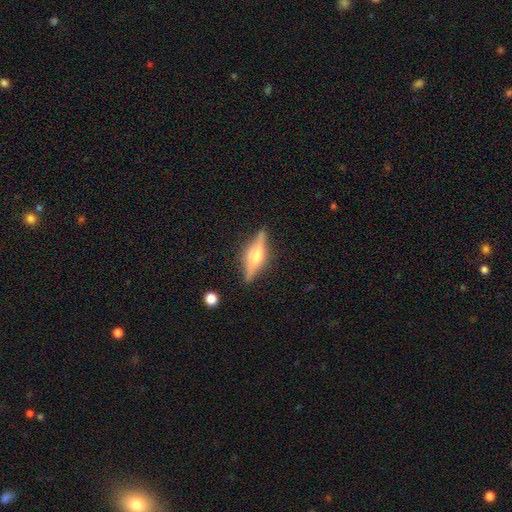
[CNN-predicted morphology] featured or disk 67%, smooth 26%, star or artifact 7%. Down the decision tree: edge-on disk — yes (95%); edge-on bulge — rounded (77%); merging — none (84%).